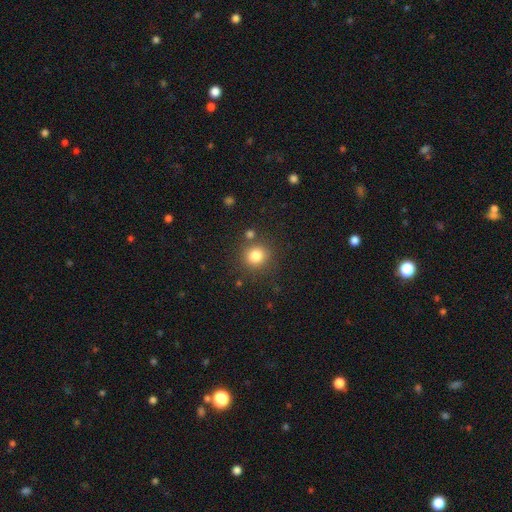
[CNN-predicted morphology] A smooth galaxy with no disk features (82%) that is round (90%). Merging: none (80%).